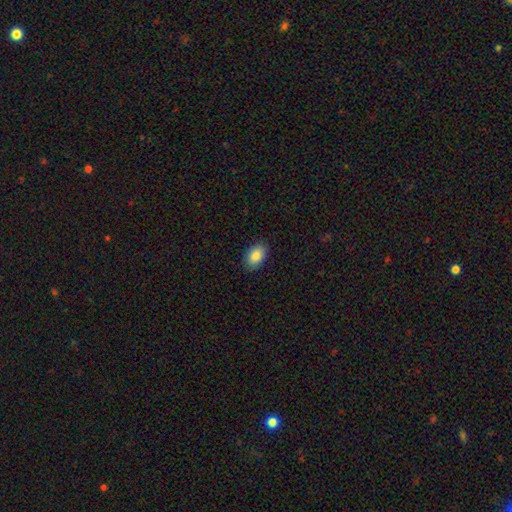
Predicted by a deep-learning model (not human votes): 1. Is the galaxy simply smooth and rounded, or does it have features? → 88% smooth, 7% star or artifact, 5% featured or disk.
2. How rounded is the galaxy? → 91% in between, 8% round, 1% cigar-shaped.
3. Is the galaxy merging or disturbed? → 88% none, 9% minor disturbance, 2% major disturbance, 1% merger.